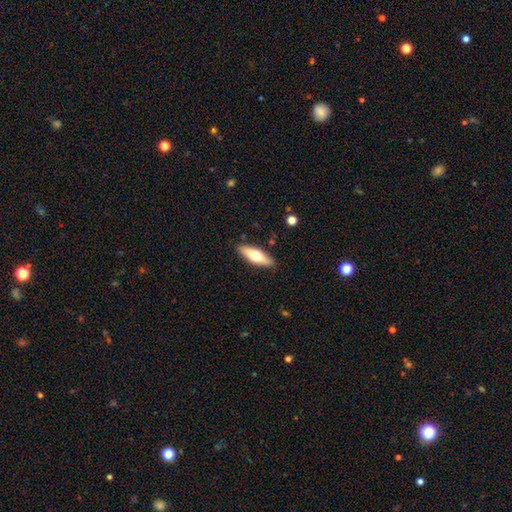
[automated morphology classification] Smooth or featured?
  - smooth: 60% *
  - featured or disk: 35%
  - star or artifact: 5%
How rounded?
  - in between: 51% *
  - cigar-shaped: 47%
  - round: 2%
Merging?
  - none: 88% *
  - minor disturbance: 9%
  - major disturbance: 2%
  - merger: 1%